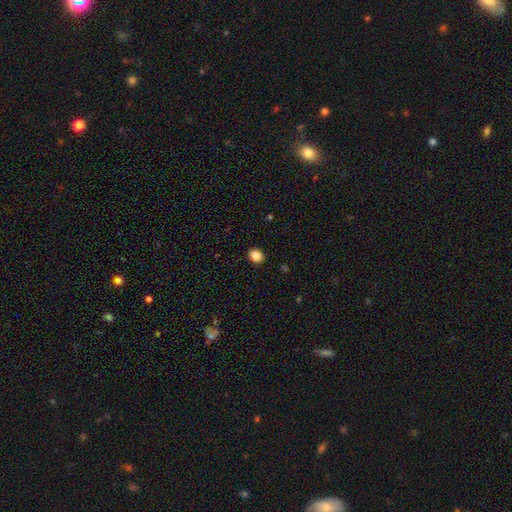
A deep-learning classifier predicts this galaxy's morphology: smooth 85%, star or artifact 10%, featured or disk 5%. Down the decision tree: how rounded — round (57%); merging — none (91%).